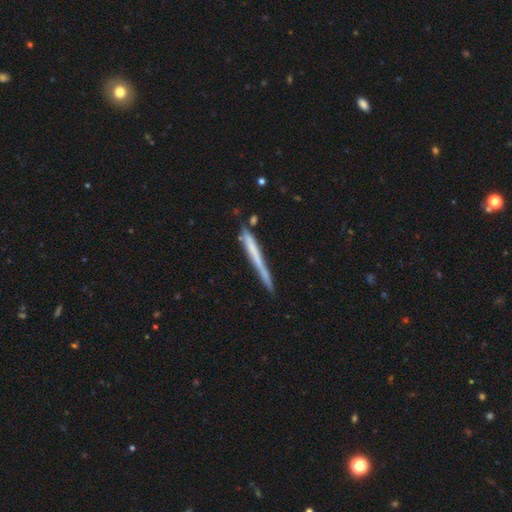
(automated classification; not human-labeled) Smooth or featured: smooth — 50% (featured or disk — 42%)
How rounded: cigar-shaped — 97% (in between — 2%)
Merging: none — 71% (minor disturbance — 20%)